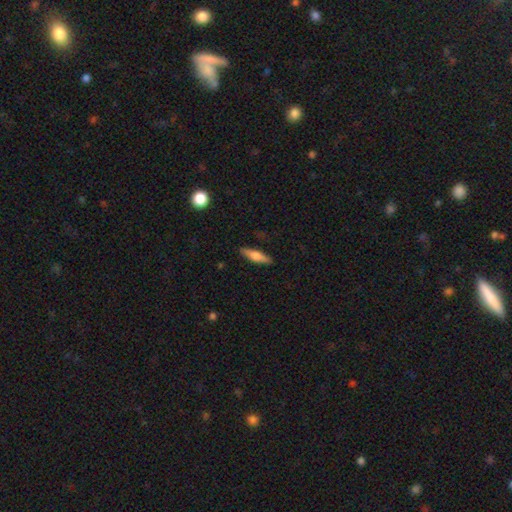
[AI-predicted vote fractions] smooth-or-featured: smooth: 58% | featured or disk: 36% | star or artifact: 6%
  how-rounded: cigar-shaped: 68% | in between: 30% | round: 2%
  merging: none: 87% | minor disturbance: 9% | major disturbance: 2% | merger: 1%